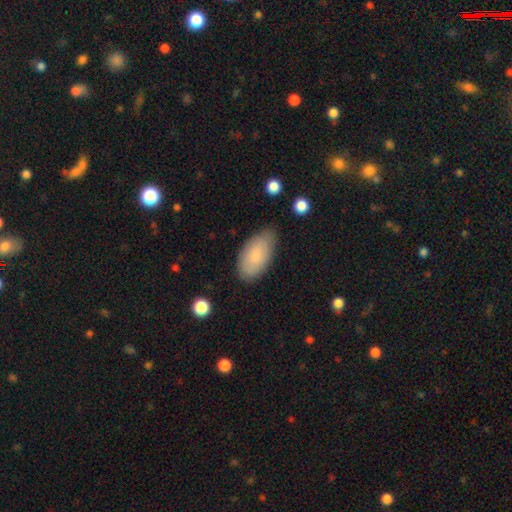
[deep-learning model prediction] This is clearly a smooth galaxy (82%). How rounded: clearly in between (94%). Merging: likely none (78%).